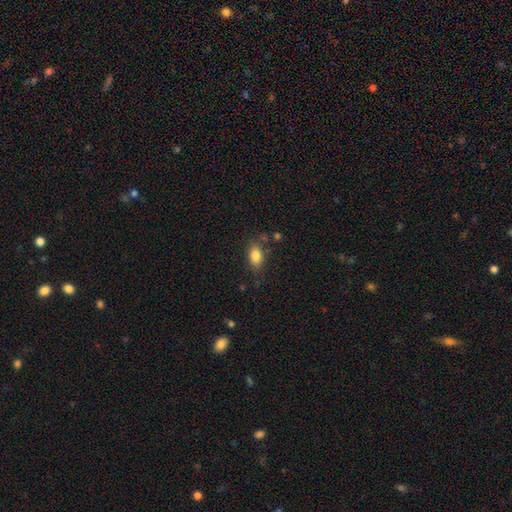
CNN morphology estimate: smooth_or_featured: smooth (p=0.84) [alt: star or artifact p=0.09]
how_rounded: in between (p=0.88) [alt: round p=0.08]
merging: none (p=0.75) [alt: minor disturbance p=0.16]